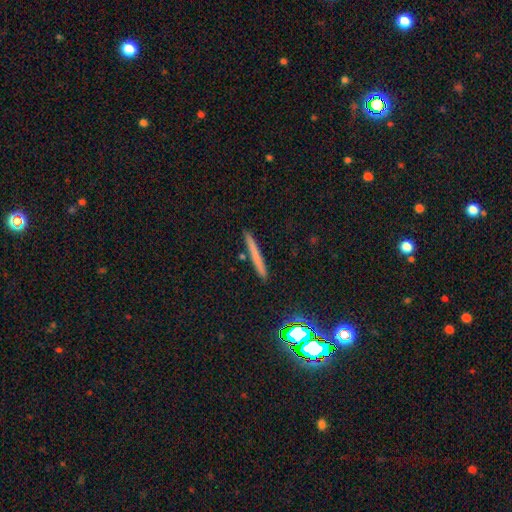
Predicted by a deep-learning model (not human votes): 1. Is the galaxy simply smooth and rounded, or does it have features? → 62% smooth, 25% featured or disk, 14% star or artifact.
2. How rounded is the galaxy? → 96% cigar-shaped, 2% in between, 2% round.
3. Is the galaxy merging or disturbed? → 90% none, 7% minor disturbance, 2% merger, 2% major disturbance.